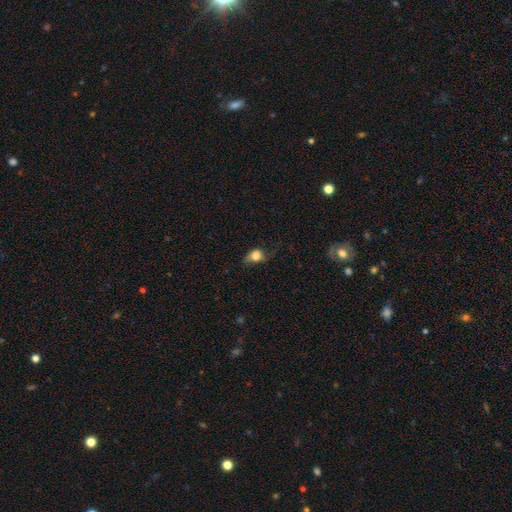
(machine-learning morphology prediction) A smooth galaxy with no disk features (78%) that is in between round and cigar-shaped (67%). Merging: none (40%).